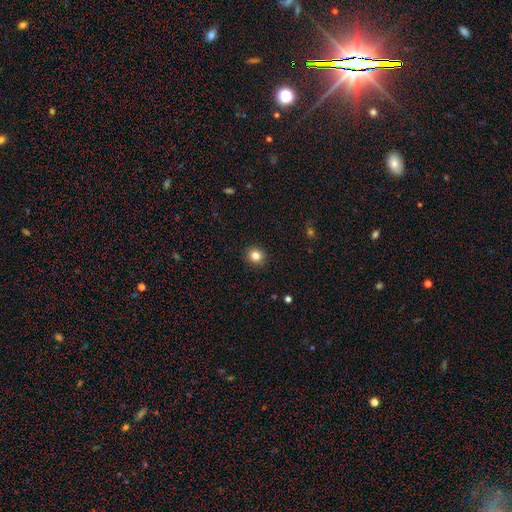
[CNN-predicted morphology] Overall: smooth (84%). How rounded: round (86%). Merging: none (91%).